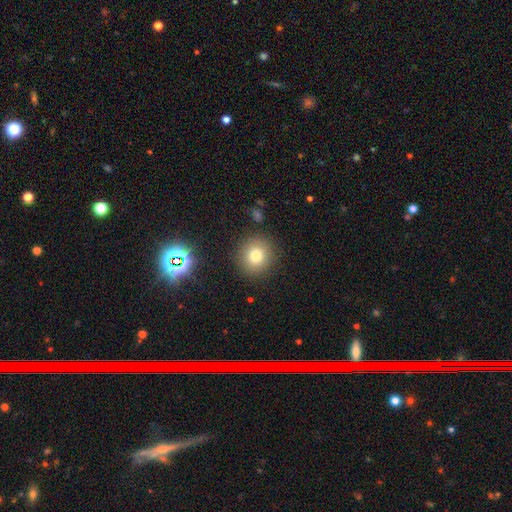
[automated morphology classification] smooth_or_featured: smooth (p=0.77) [alt: star or artifact p=0.13]
how_rounded: round (p=0.90) [alt: in between p=0.09]
merging: none (p=0.88) [alt: minor disturbance p=0.07]